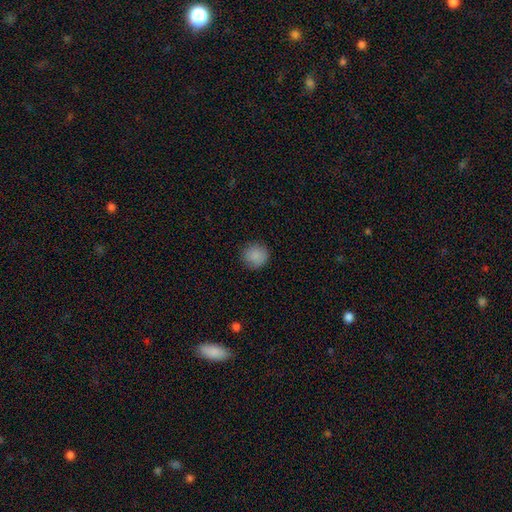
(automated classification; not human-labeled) Morphology: type=smooth (87%); roundness=round (92%); merging=none (89%).